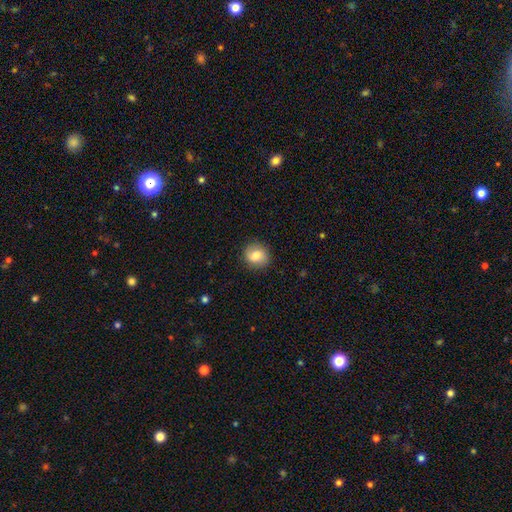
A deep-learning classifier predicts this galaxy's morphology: smooth_or_featured: smooth (p=0.80) [alt: featured or disk p=0.12]
how_rounded: round (p=0.79) [alt: in between p=0.20]
merging: none (p=0.86) [alt: minor disturbance p=0.10]